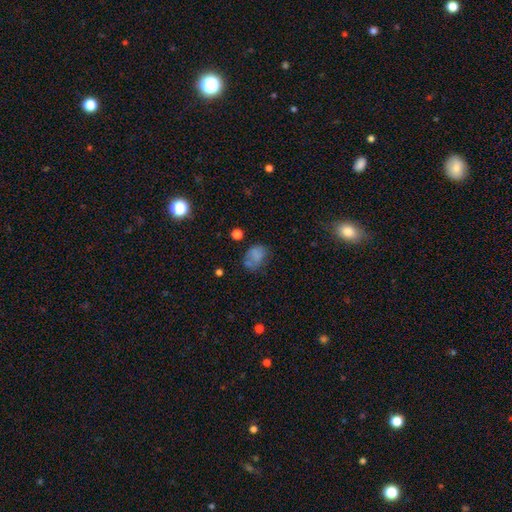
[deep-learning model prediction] Smooth or featured? smooth (72%)
How rounded? in between (62%)
Merging? none (51%)